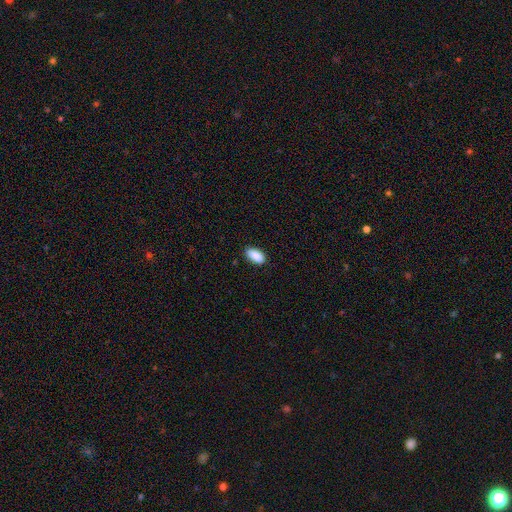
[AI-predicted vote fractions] Smooth or featured: smooth — 90% (star or artifact — 7%)
How rounded: in between — 92% (cigar-shaped — 5%)
Merging: none — 85% (minor disturbance — 12%)